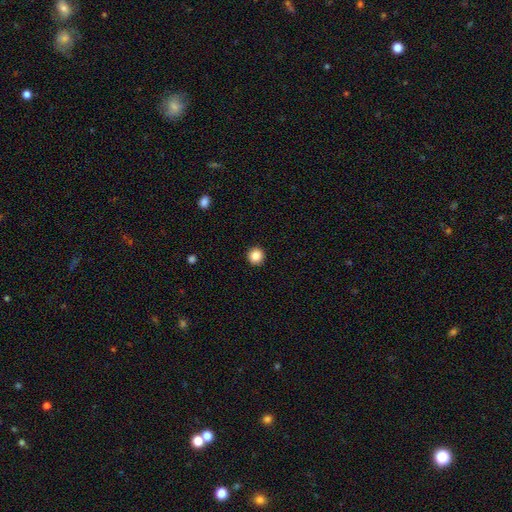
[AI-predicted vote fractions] This is clearly a smooth galaxy (86%). How rounded: clearly round (93%). Merging: clearly none (93%).